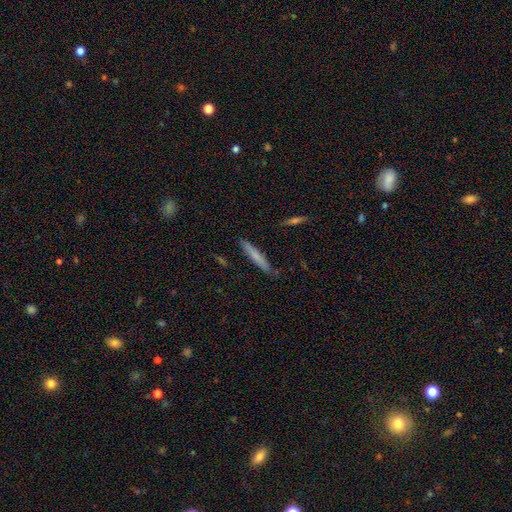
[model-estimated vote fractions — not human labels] A smooth galaxy with no disk features (69%) that is cigar-shaped (94%). Merging: none (87%).